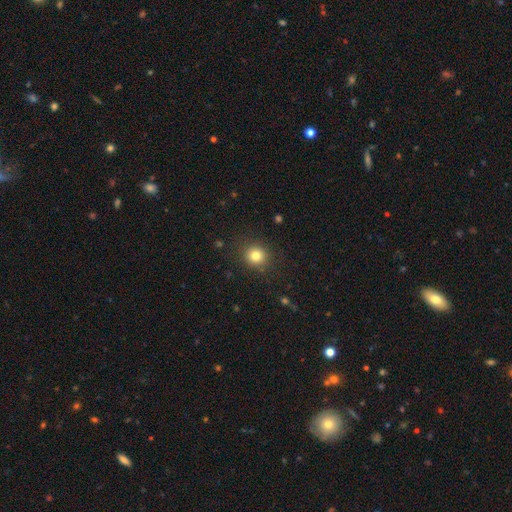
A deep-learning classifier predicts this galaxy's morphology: The model was most divided on "smooth or featured": smooth: 80%, star or artifact: 13%, featured or disk: 7%. More confident: merging — none (88%); how rounded — round (88%).